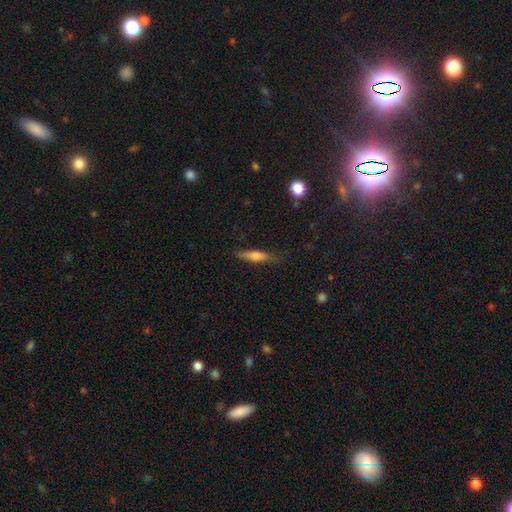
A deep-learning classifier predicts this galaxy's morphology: This is possibly a smooth galaxy (57%). How rounded: likely cigar-shaped (78%). Merging: clearly none (80%).